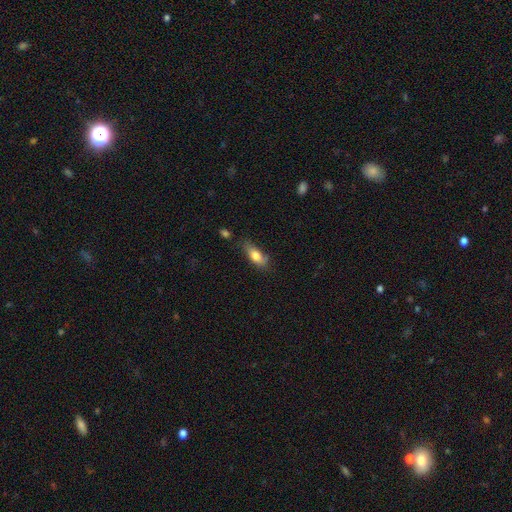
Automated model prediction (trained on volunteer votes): This is likely a smooth galaxy (75%). How rounded: likely in between (74%). Merging: possibly none (57%).